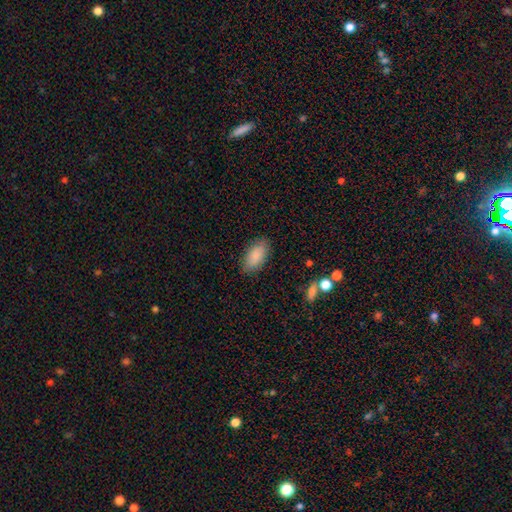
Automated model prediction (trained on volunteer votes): Q: Smooth or featured?
A: smooth (86%); runner-up: featured or disk (7%)
Q: How rounded?
A: in between (91%); runner-up: cigar-shaped (6%)
Q: Merging?
A: none (86%); runner-up: minor disturbance (10%)